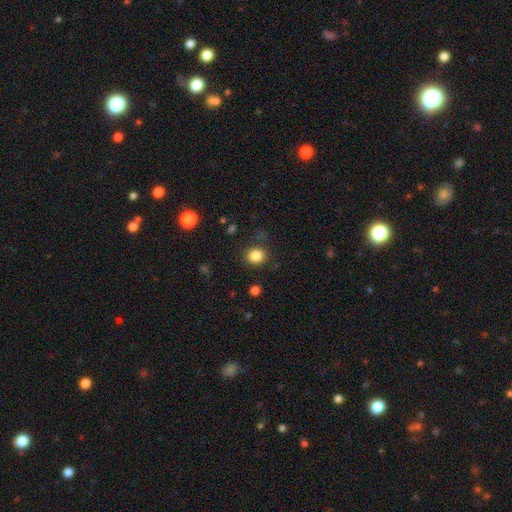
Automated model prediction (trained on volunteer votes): smooth 84%, star or artifact 11%, featured or disk 4%. Down the decision tree: how rounded — round (84%); merging — none (86%).